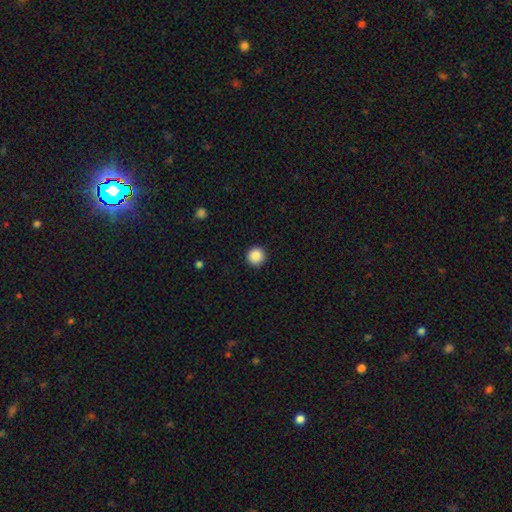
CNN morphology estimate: smooth 88%, star or artifact 9%, featured or disk 3%. Down the decision tree: how rounded — round (96%); merging — none (93%).